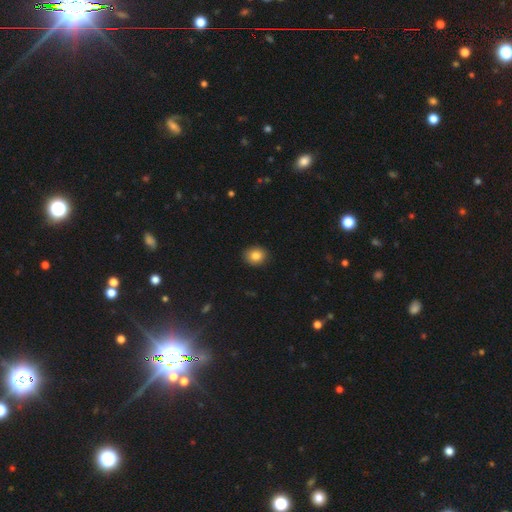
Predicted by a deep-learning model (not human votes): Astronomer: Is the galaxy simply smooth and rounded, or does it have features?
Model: smooth — 84%.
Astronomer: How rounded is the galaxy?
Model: round — 66%.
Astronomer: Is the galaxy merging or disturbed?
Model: none — 90%.